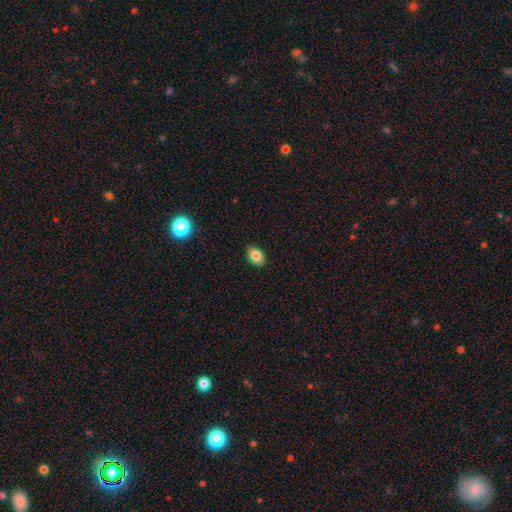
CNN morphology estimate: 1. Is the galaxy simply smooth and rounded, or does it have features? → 83% smooth, 9% star or artifact, 8% featured or disk.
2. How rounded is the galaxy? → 82% in between, 17% round, 1% cigar-shaped.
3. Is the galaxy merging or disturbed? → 87% none, 10% minor disturbance, 2% major disturbance, 1% merger.